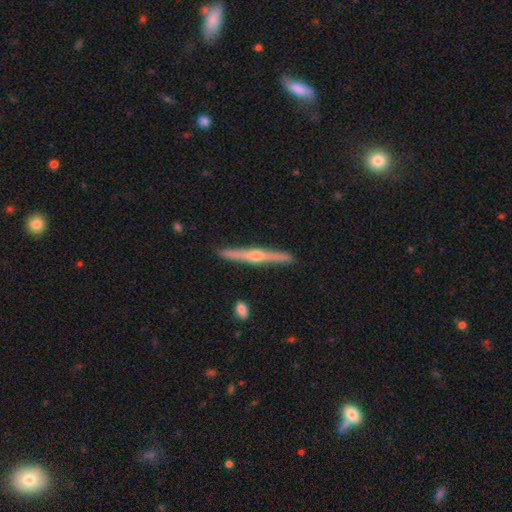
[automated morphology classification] smooth_or_featured: featured or disk (p=0.80) [alt: smooth p=0.15]
disk_edge_on: yes (p=0.98) [alt: no p=0.02]
edge_on_bulge: rounded (p=0.91) [alt: none p=0.05]
merging: none (p=0.92) [alt: minor disturbance p=0.06]